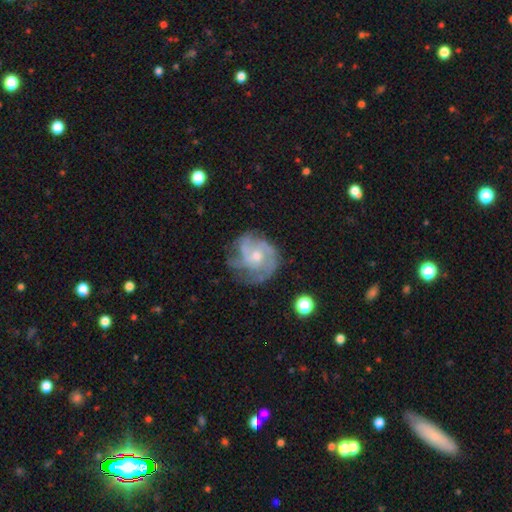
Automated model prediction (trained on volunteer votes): This is clearly a featured or disk galaxy (82%). It is clearly not viewed edge-on (98%). Bar: likely no (74%). Spiral arm pattern: clearly yes (93%). Spiral arm count: marginally 3 (38%). Spiral winding: possibly tight (47%). Central bulge: possibly small (53%). Merging: likely none (65%).